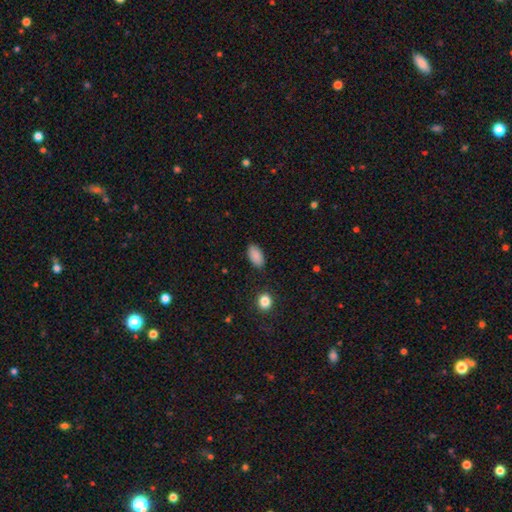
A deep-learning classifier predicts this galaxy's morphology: smooth-or-featured: smooth: 88% | star or artifact: 8% | featured or disk: 4%
  how-rounded: in between: 93% | round: 4% | cigar-shaped: 3%
  merging: none: 85% | minor disturbance: 11% | major disturbance: 3% | merger: 2%